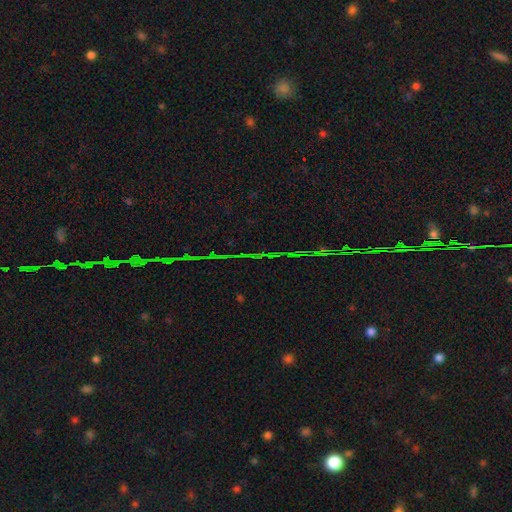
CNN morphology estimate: Smooth or featured? star or artifact (78%)